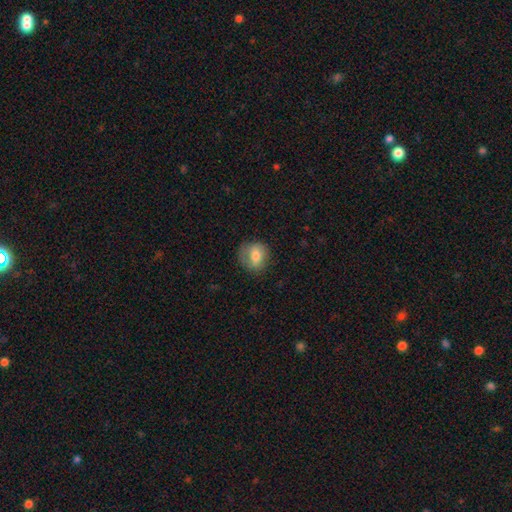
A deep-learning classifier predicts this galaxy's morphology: Overall: smooth (70%). How rounded: round (70%). Merging: none (74%).